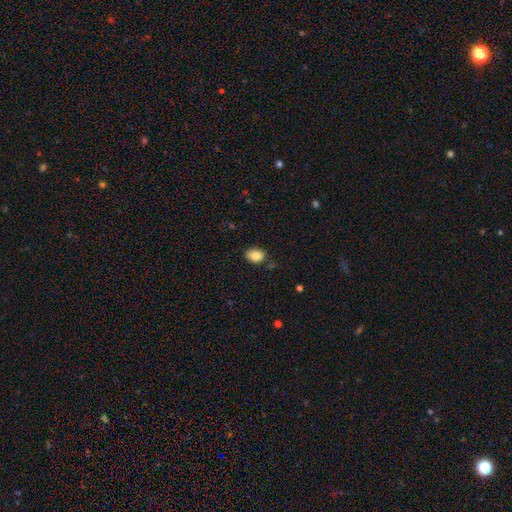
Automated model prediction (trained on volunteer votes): smooth_or_featured: smooth (p=0.84) [alt: star or artifact p=0.08]
how_rounded: in between (p=0.71) [alt: round p=0.28]
merging: none (p=0.79) [alt: minor disturbance p=0.16]